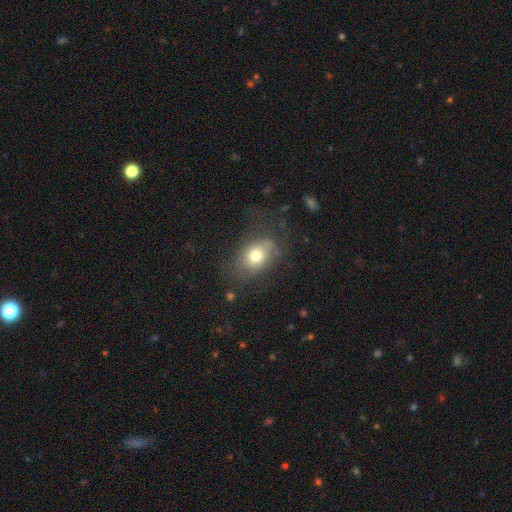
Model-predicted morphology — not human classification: Smooth or featured? Predicted: smooth (p=0.73). How rounded? Predicted: in between (p=0.63). Merging? Predicted: none (p=0.67).